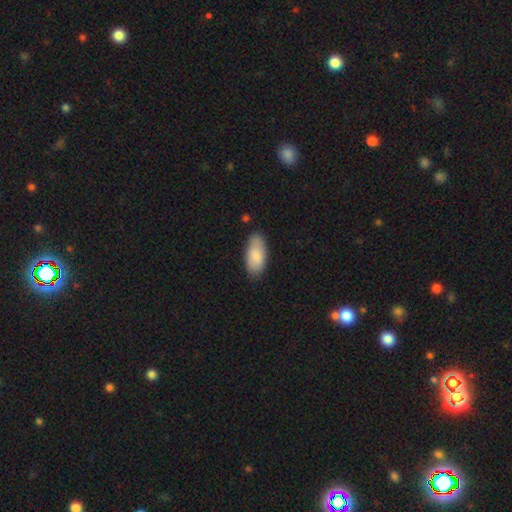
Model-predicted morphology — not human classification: Smooth or featured? smooth (84%)
How rounded? in between (92%)
Merging? none (78%)